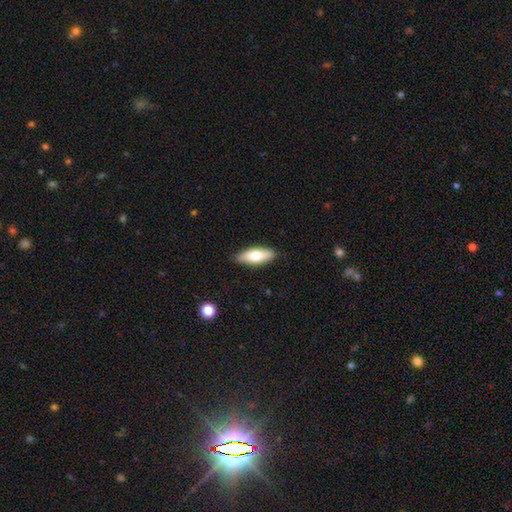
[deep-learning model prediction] Smooth or featured? Predicted: smooth (p=0.69). How rounded? Predicted: in between (p=0.72). Merging? Predicted: none (p=0.87).